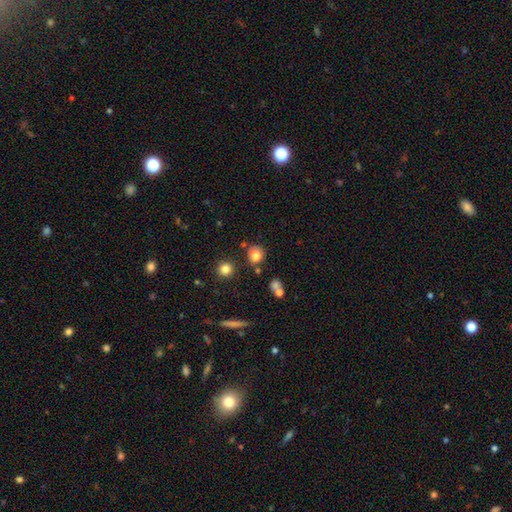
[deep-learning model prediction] smooth-or-featured: smooth: 81% | star or artifact: 12% | featured or disk: 7%
  how-rounded: round: 85% | in between: 14% | cigar-shaped: 1%
  merging: none: 78% | minor disturbance: 11% | merger: 8% | major disturbance: 3%